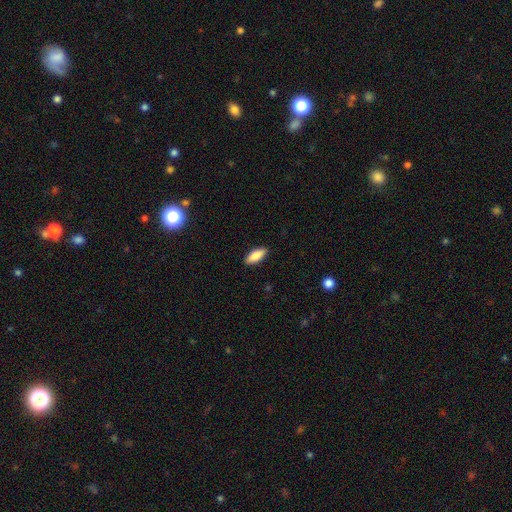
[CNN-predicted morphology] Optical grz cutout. It shows a smooth galaxy with no disk features (84%) that is in between round and cigar-shaped (75%). Merging: none (89%).